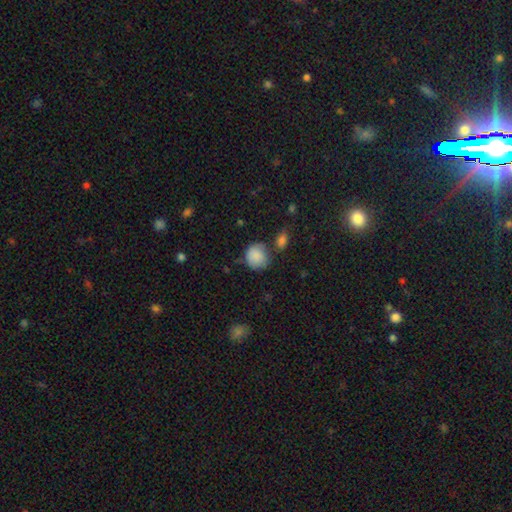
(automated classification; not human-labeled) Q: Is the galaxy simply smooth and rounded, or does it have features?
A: smooth — 86%.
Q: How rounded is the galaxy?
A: round — 82%.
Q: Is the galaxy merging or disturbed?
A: none — 61%.